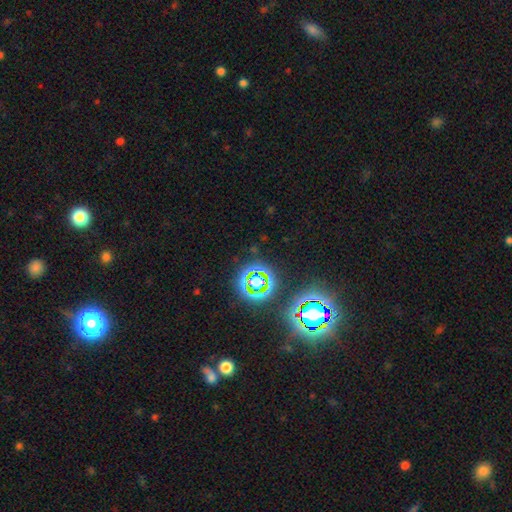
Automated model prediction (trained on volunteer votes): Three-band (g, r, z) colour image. It shows a star or artifact, not a galaxy (76%).